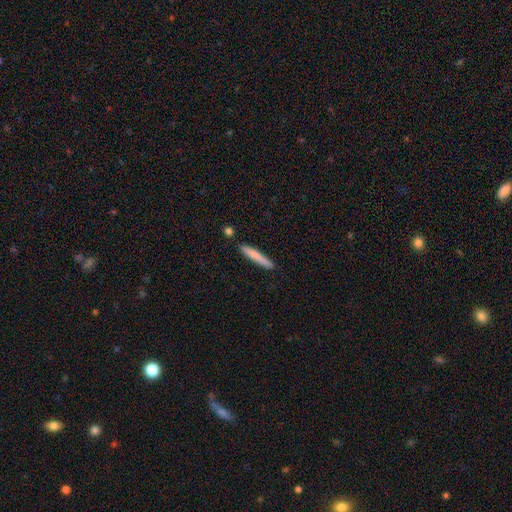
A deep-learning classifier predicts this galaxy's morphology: Smooth or featured? Predicted: smooth (p=0.76). How rounded? Predicted: cigar-shaped (p=0.95). Merging? Predicted: none (p=0.85).